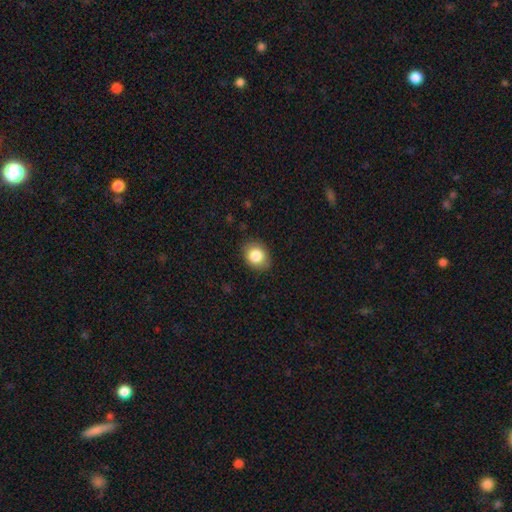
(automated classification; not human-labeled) Q: Smooth or featured?
A: smooth (85%); runner-up: star or artifact (9%)
Q: How rounded?
A: in between (53%); runner-up: round (46%)
Q: Merging?
A: none (86%); runner-up: minor disturbance (11%)